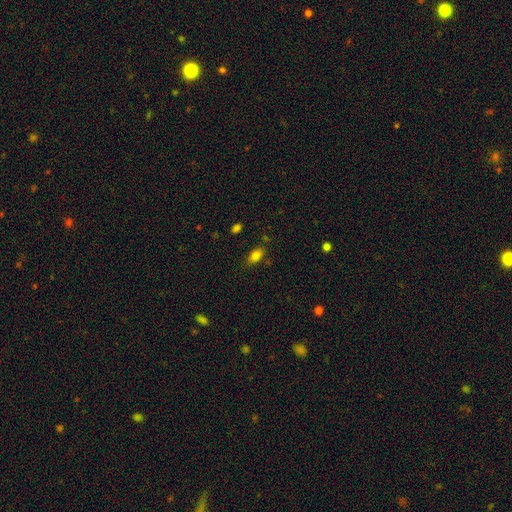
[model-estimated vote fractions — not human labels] Smooth or featured: smooth — 79% (star or artifact — 11%)
How rounded: in between — 85% (cigar-shaped — 8%)
Merging: none — 78% (minor disturbance — 15%)